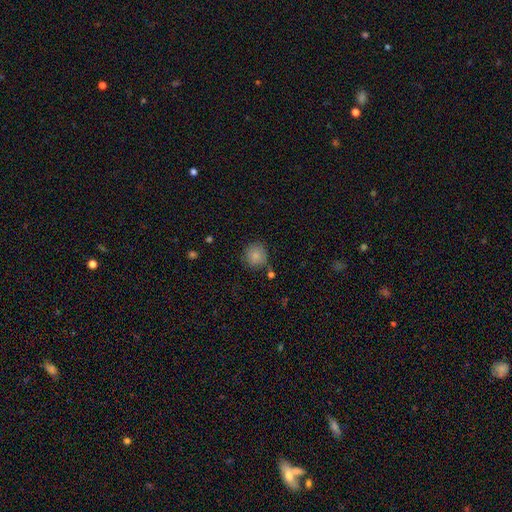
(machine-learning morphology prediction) This is clearly a smooth galaxy (83%). How rounded: clearly round (91%). Merging: likely none (77%).